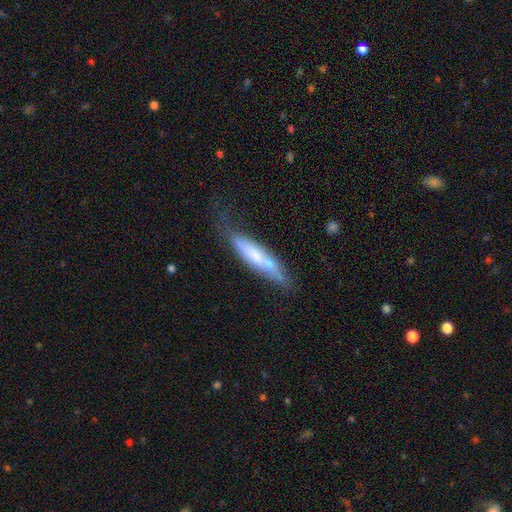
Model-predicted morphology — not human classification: Smooth or featured? Predicted: smooth (p=0.56). How rounded? Predicted: cigar-shaped (p=0.77). Merging? Predicted: none (p=0.43).